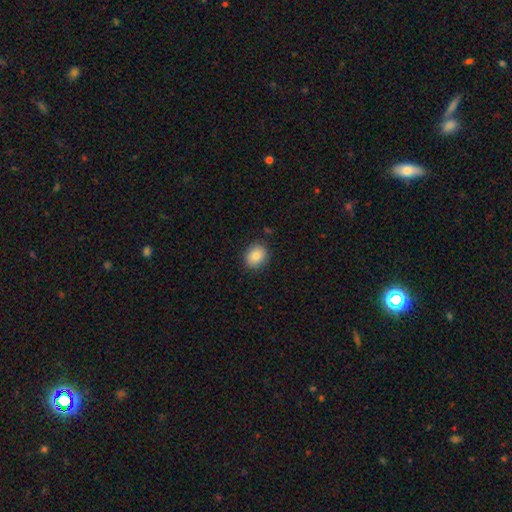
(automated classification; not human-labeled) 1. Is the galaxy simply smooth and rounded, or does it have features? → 84% smooth, 8% star or artifact, 7% featured or disk.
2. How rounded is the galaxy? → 62% round, 37% in between, 1% cigar-shaped.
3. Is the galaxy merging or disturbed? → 87% none, 10% minor disturbance, 2% major disturbance, 1% merger.